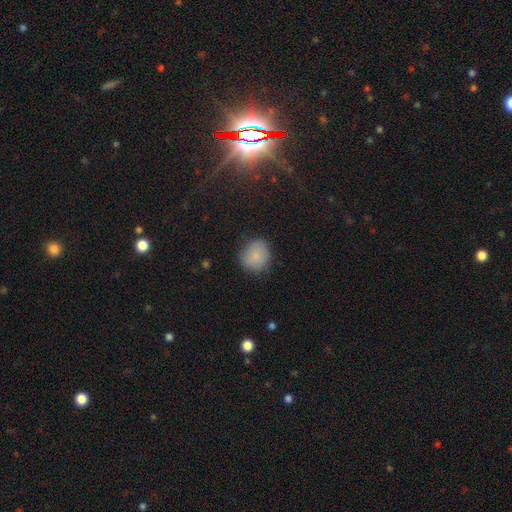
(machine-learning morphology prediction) The model was most divided on "how rounded": round: 79%, in between: 20%, cigar-shaped: 1%. More confident: smooth or featured — smooth (82%); merging — none (78%).